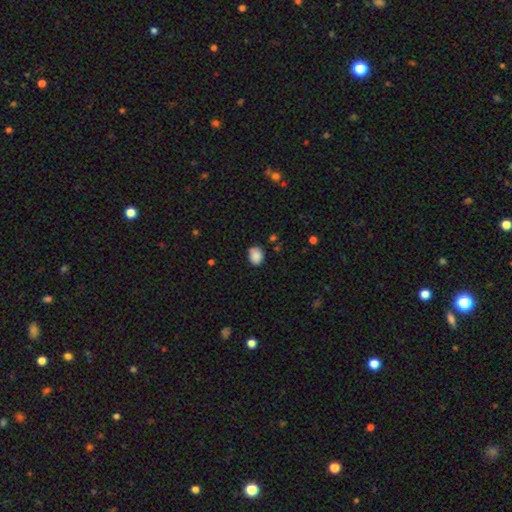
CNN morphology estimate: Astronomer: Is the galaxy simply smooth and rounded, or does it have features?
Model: smooth — 88%.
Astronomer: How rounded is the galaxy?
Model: in between — 58% (runner-up: round, 41%).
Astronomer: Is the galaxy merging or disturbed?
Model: none — 80%.